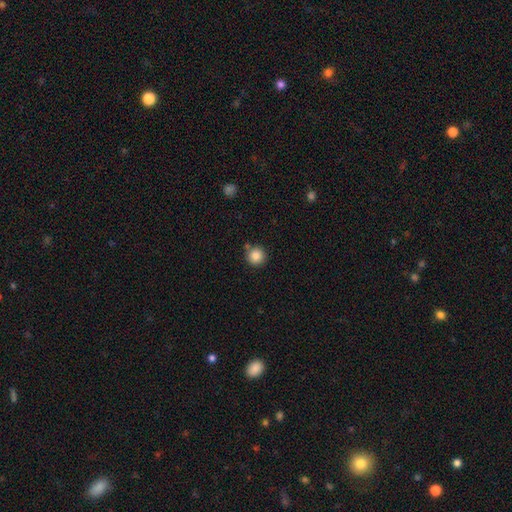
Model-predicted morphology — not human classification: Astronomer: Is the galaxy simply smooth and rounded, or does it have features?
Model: smooth — 87%.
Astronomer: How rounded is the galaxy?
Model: round — 95%.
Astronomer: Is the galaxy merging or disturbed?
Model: none — 81%.